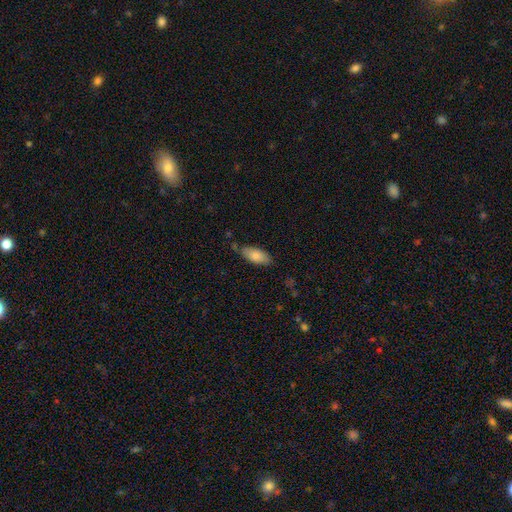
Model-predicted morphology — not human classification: This is likely a smooth galaxy (80%). How rounded: clearly in between (84%). Merging: likely none (69%).